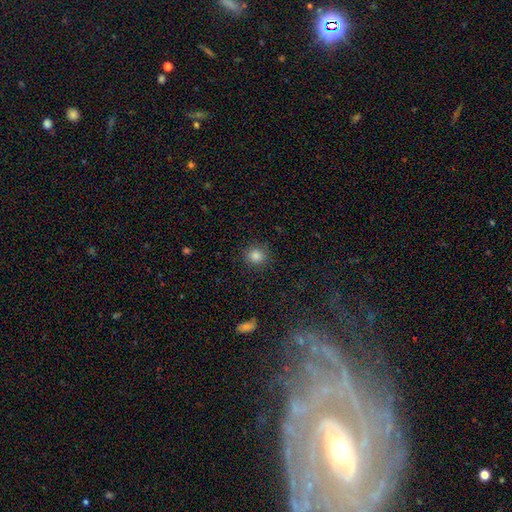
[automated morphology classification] Smooth or featured? smooth (84%)
How rounded? round (91%)
Merging? none (89%)